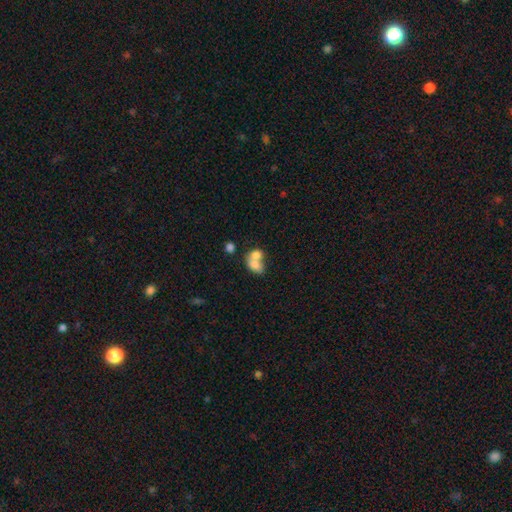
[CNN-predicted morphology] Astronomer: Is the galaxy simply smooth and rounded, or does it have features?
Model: smooth — 75%.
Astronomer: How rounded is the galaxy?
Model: in between — 70%.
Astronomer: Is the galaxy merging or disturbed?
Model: merger — 71%.